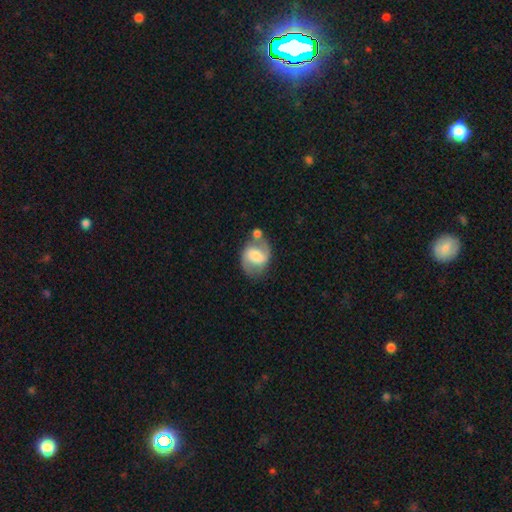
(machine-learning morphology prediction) featured or disk 63%, smooth 30%, star or artifact 7%. Down the decision tree: edge-on disk — no (97%); bar — weak (44%); spiral arms — yes (86%); spiral arm count — 2 (87%); spiral winding — medium (49%); bulge size — moderate (40%); merging — none (50%).